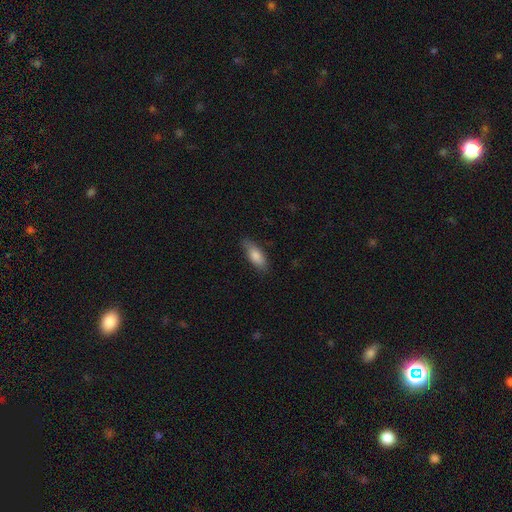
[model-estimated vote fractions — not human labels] smooth 83%, featured or disk 11%, star or artifact 6%. Down the decision tree: how rounded — in between (73%); merging — none (78%).